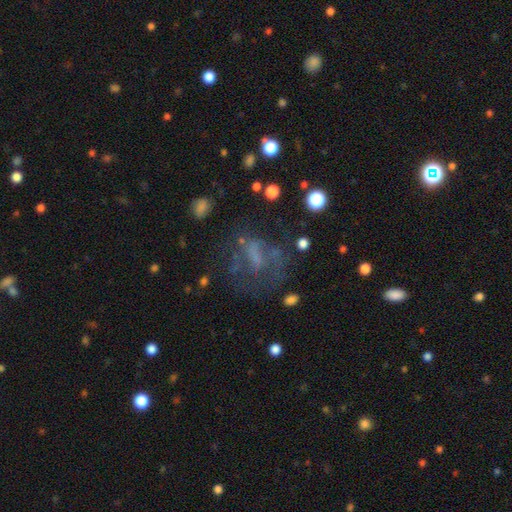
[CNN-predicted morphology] A featured or disk galaxy (45%). Merging: none (44%).